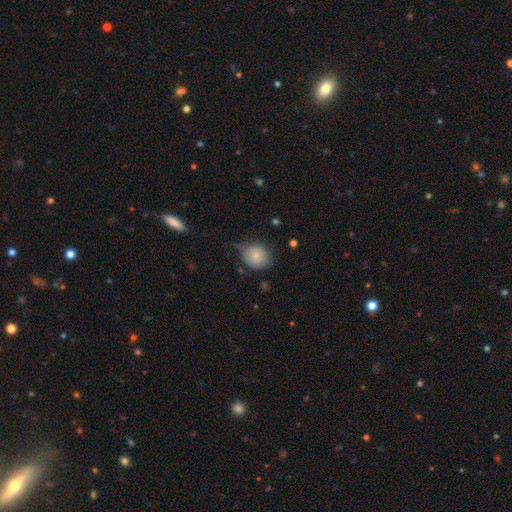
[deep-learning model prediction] Smooth or featured? smooth (82%)
How rounded? round (79%)
Merging? none (60%)